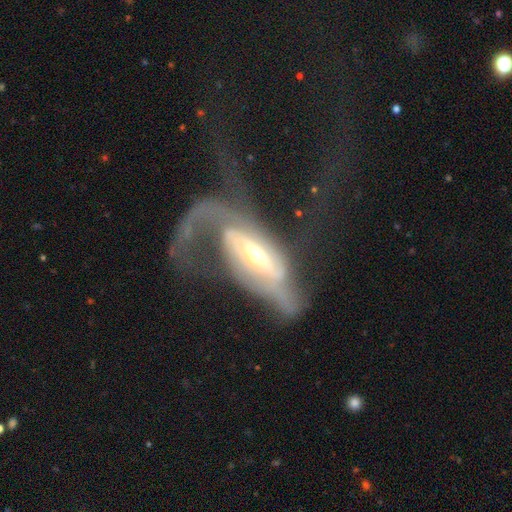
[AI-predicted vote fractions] Smooth or featured? featured or disk (77%)
Edge-on disk? no (83%)
Bar? no (37%)
Spiral arms? yes (73%)
Bulge size? moderate (55%)
Merging? major disturbance (64%)